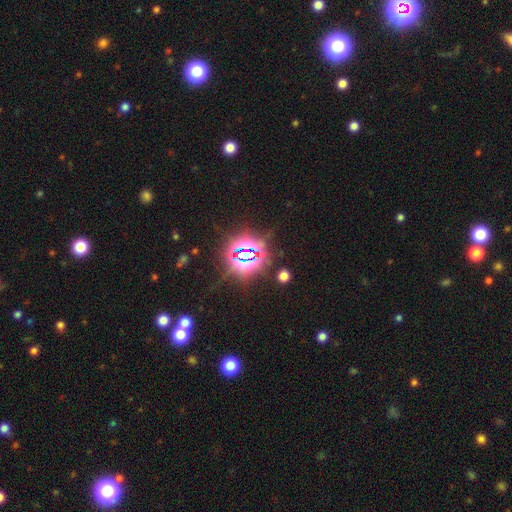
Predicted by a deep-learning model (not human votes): Morphology: type=star or artifact (81%).